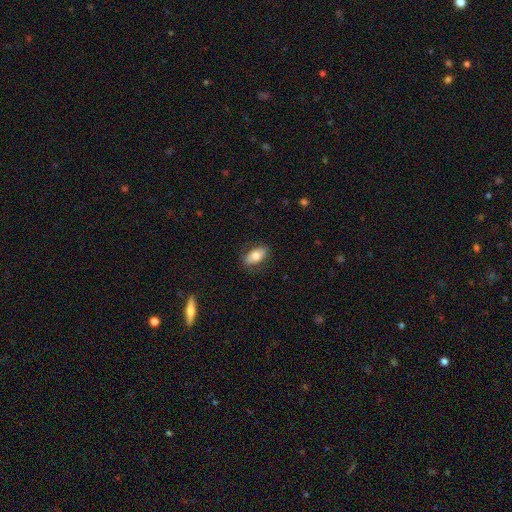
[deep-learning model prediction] Overall: smooth (74%). How rounded: in between (92%). Merging: none (80%).